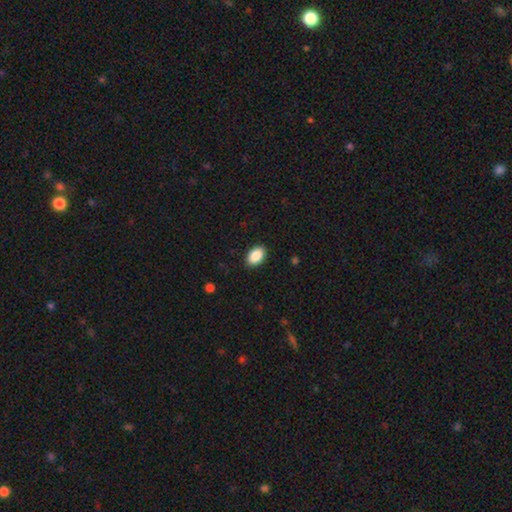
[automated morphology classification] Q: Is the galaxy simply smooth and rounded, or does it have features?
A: smooth — 90%.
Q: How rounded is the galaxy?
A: in between — 90%.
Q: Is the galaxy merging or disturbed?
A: none — 90%.